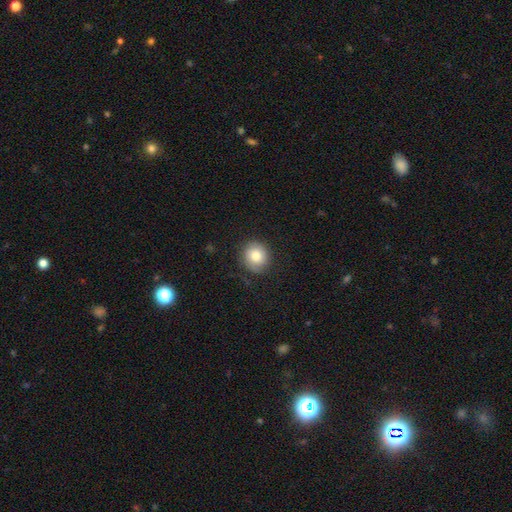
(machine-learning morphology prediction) smooth 79%, featured or disk 13%, star or artifact 8%. Down the decision tree: how rounded — round (83%); merging — none (83%).